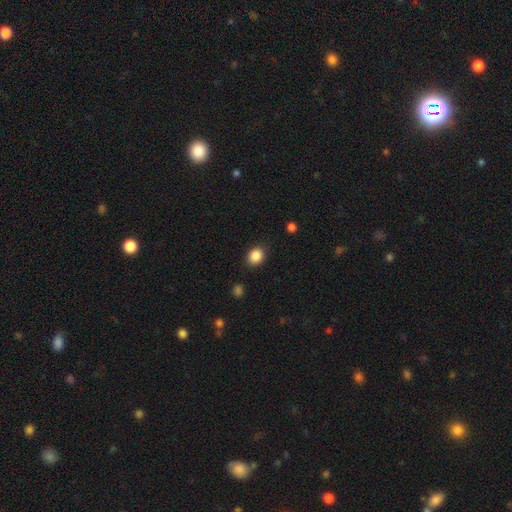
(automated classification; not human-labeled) A smooth galaxy with no disk features (87%) that is round (56%).

Vote fractions:
- Smooth or featured? smooth: 87% / star or artifact: 9% / featured or disk: 4%
- How rounded? round: 56% / in between: 43% / cigar-shaped: 1%
- Merging? none: 84% / minor disturbance: 11% / major disturbance: 3% / merger: 2%